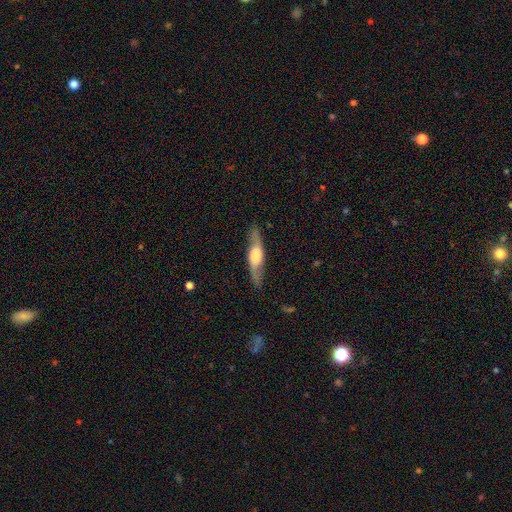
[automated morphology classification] smooth-or-featured: featured or disk: 65% | smooth: 30% | star or artifact: 5%
  disk-edge-on: yes: 65% | no: 35%
  merging: none: 84% | minor disturbance: 12% | major disturbance: 3% | merger: 1%